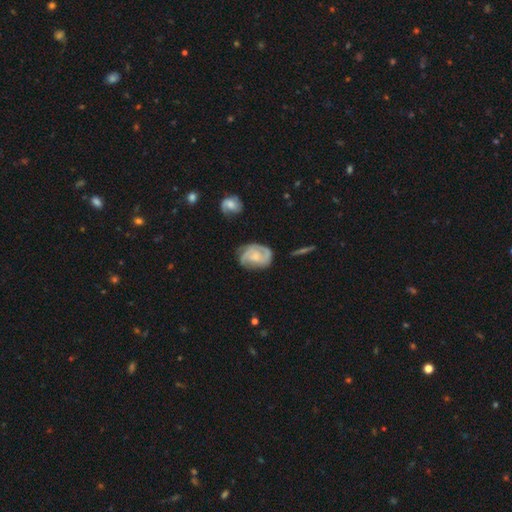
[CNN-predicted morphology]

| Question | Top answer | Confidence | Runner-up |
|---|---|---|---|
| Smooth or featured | featured or disk | 74% | smooth (20%) |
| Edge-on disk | no | 97% | yes (3%) |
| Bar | no | 62% | weak (33%) |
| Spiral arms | yes | 93% | no (7%) |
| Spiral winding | tight | 45% | medium (41%) |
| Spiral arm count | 2 | 47% | 3 (24%) |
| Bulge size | small | 47% | moderate (35%) |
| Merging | none | 63% | minor disturbance (24%) |